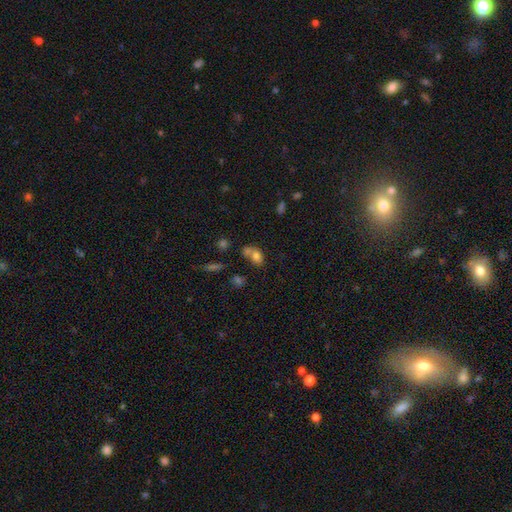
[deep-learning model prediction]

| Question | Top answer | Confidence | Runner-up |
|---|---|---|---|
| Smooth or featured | smooth | 74% | featured or disk (14%) |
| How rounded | in between | 69% | round (28%) |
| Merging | merger | 47% | none (33%) |